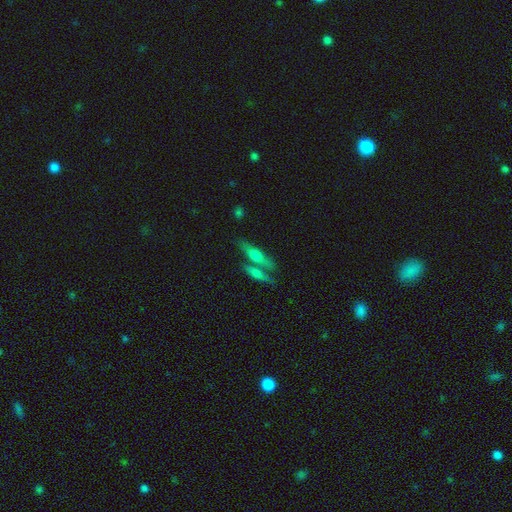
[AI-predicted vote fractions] Smooth or featured: smooth — 50% (featured or disk — 41%)
Merging: none — 53% (merger — 33%)